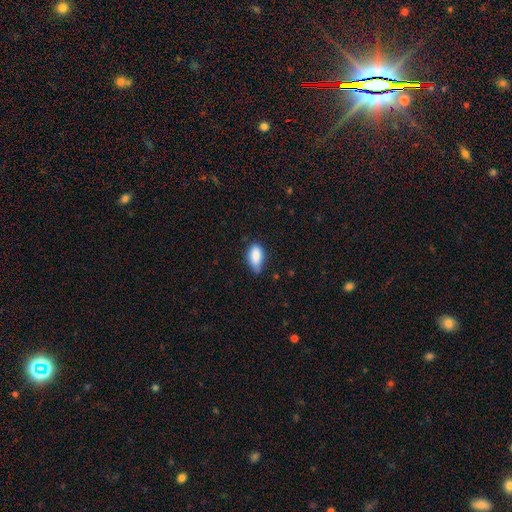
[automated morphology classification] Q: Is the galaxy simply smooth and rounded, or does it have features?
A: smooth — 86%.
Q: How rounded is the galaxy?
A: in between — 91%.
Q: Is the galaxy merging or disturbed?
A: none — 51%.